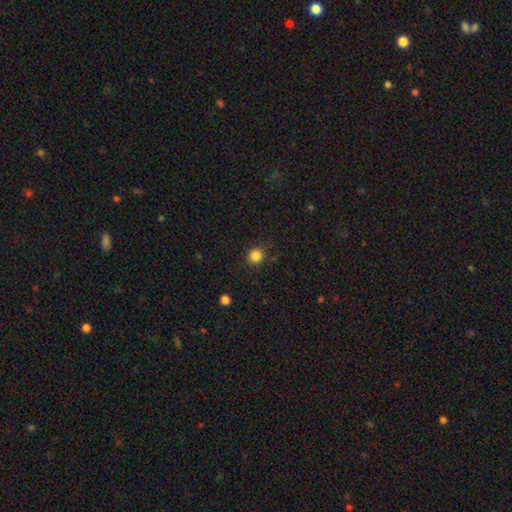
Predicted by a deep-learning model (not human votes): This is clearly a smooth galaxy (84%). How rounded: clearly round (91%). Merging: clearly none (88%).